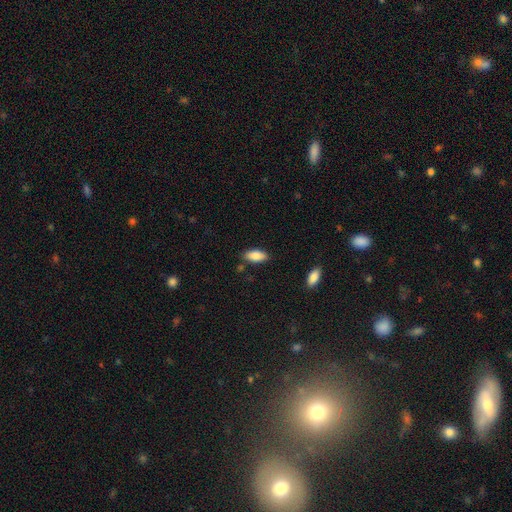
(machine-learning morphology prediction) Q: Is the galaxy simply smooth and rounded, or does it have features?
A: smooth — 87%.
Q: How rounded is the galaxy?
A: in between — 90%.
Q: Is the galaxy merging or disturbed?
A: none — 82%.